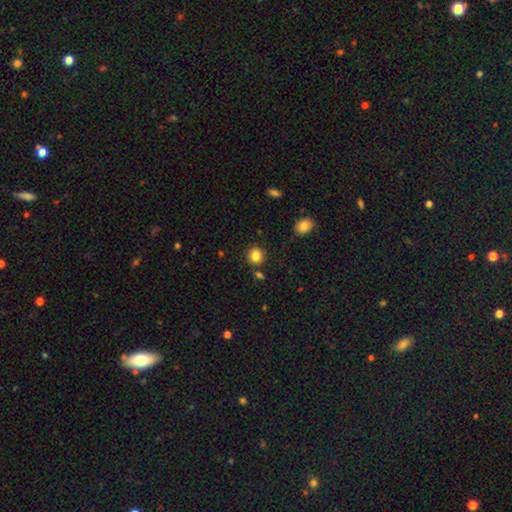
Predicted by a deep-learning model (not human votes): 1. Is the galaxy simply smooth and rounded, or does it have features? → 84% smooth, 10% star or artifact, 6% featured or disk.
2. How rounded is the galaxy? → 87% round, 12% in between, 1% cigar-shaped.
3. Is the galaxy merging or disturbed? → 85% none, 8% minor disturbance, 5% merger, 2% major disturbance.